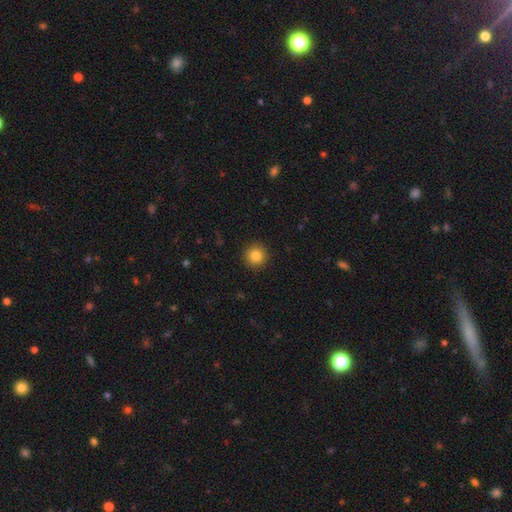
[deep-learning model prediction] Overall: smooth (84%). How rounded: round (95%). Merging: none (93%).